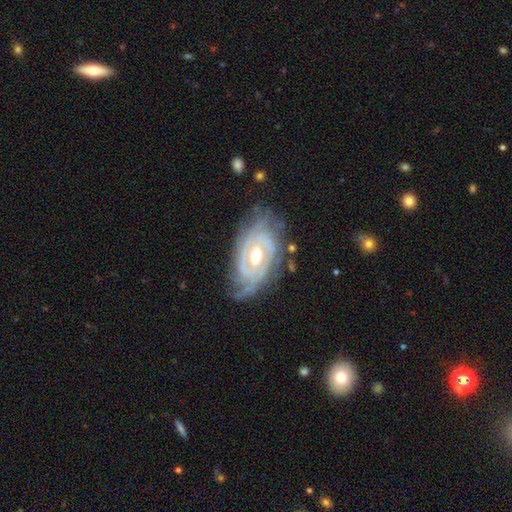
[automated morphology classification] A featured or disk galaxy (87%) with no bar (62%), 2 (36%) tight (70%) spiral arms (91%) and a moderate central bulge (78%).

Vote fractions:
- Smooth or featured? featured or disk: 87% / smooth: 9% / star or artifact: 4%
- Edge-on disk? no: 95% / yes: 5%
- Bar? no: 62% / weak: 28% / strong: 11%
- Spiral arms? yes: 91% / no: 9%
- Spiral winding? tight: 70% / medium: 23% / loose: 8%
- Spiral arm count? 2: 36% / can't tell: 32% / 3: 16% / 1: 6% / 4: 6% / more than 4: 5%
- Bulge size? moderate: 78% / small: 11% / large: 9% / dominant: 1% / none: 1%
- Merging? none: 67% / minor disturbance: 22% / major disturbance: 9% / merger: 2%